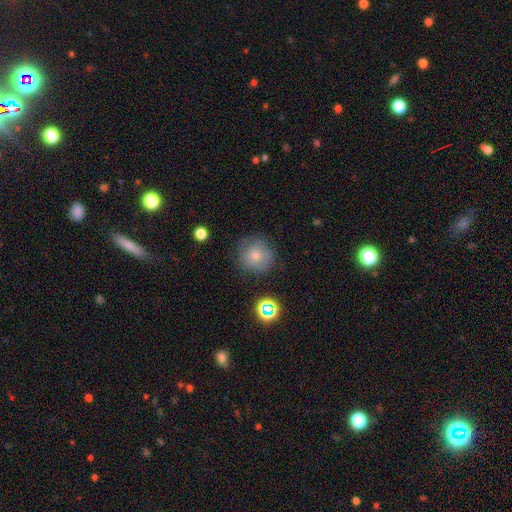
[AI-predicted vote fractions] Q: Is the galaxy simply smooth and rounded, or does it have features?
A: smooth — 75%.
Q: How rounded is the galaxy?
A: round — 92%.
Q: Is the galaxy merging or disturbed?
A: none — 76%.